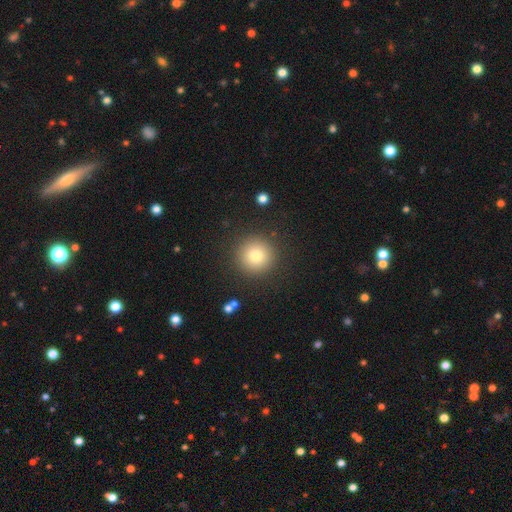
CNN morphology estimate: Overall: smooth (79%). How rounded: round (96%). Merging: none (90%).